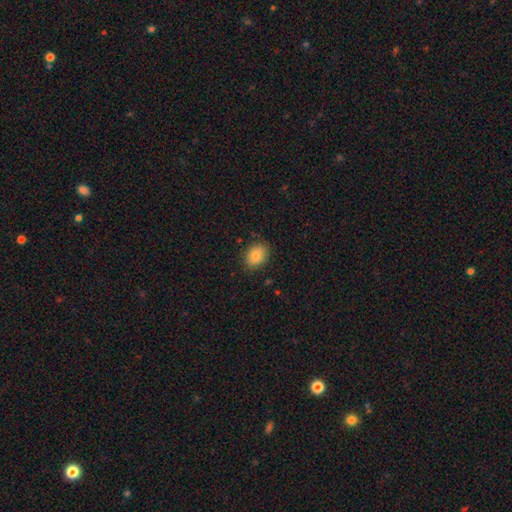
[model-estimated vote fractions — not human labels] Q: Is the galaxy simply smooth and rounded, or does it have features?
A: smooth — 84%.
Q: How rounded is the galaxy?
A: in between — 63%.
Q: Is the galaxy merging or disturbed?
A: none — 82%.